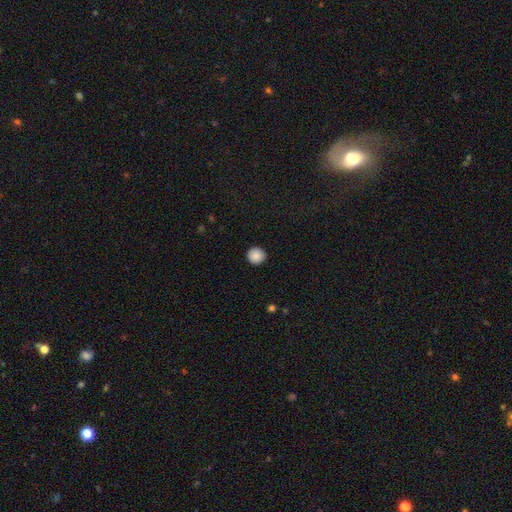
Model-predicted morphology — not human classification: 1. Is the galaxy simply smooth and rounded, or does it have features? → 88% smooth, 8% star or artifact, 4% featured or disk.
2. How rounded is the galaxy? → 95% round, 4% in between, 1% cigar-shaped.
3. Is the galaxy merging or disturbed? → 92% none, 5% minor disturbance, 2% major disturbance, 1% merger.